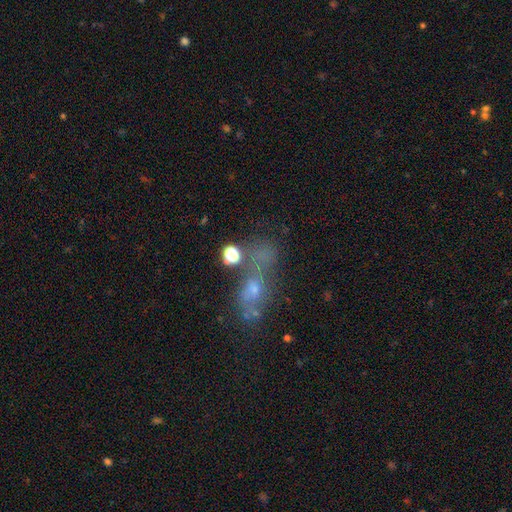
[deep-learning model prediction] Smooth or featured? Predicted: smooth (p=0.38). Merging? Predicted: none (p=0.38).